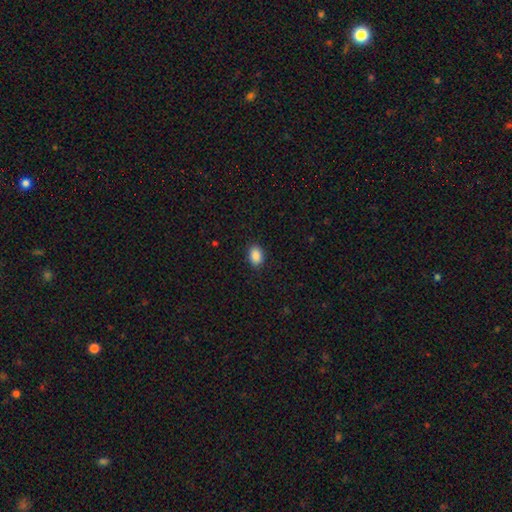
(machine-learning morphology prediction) A smooth galaxy with no disk features (89%) that is in between round and cigar-shaped (84%).

Vote fractions:
- Smooth or featured? smooth: 89% / star or artifact: 8% / featured or disk: 3%
- How rounded? in between: 84% / round: 15% / cigar-shaped: 1%
- Merging? none: 89% / minor disturbance: 8% / major disturbance: 2% / merger: 1%